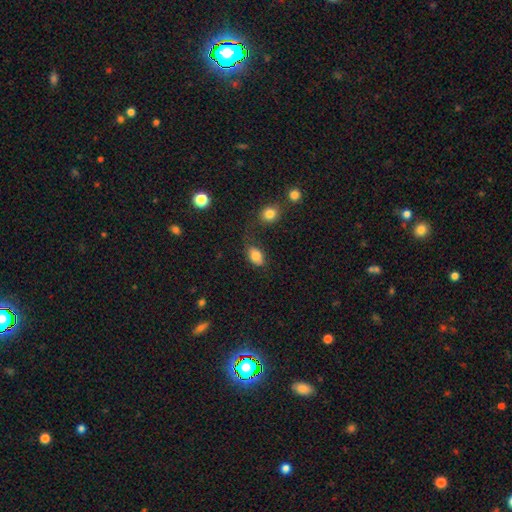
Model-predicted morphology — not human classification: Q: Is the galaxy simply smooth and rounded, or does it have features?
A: smooth — 83%.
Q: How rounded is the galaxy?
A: in between — 85%.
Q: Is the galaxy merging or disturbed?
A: none — 63%.